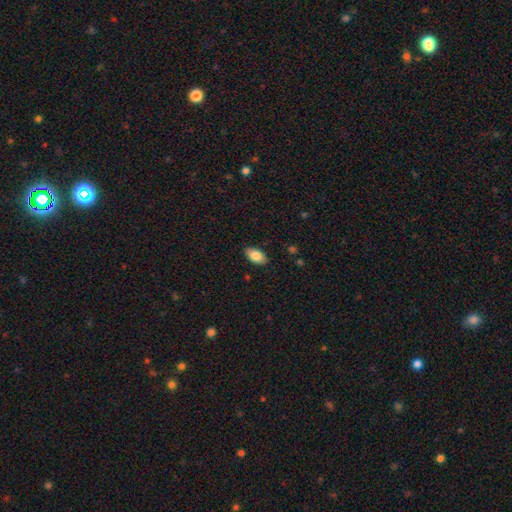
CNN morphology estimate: The model was most divided on "smooth or featured": smooth: 84%, featured or disk: 9%, star or artifact: 7%. More confident: how rounded — in between (94%); merging — none (88%).